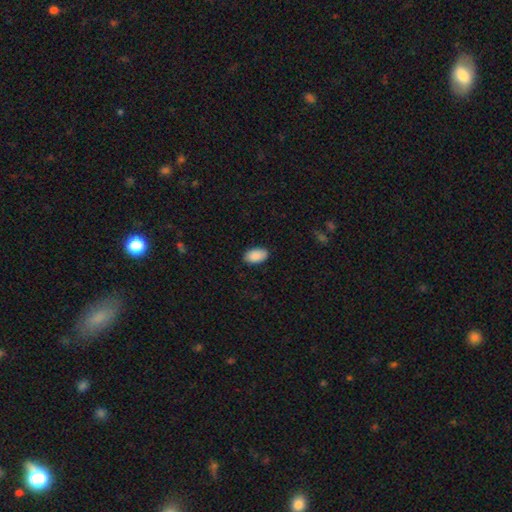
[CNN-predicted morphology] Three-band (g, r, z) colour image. It shows a smooth galaxy with no disk features (90%) that is in between round and cigar-shaped (94%). Merging: none (87%).